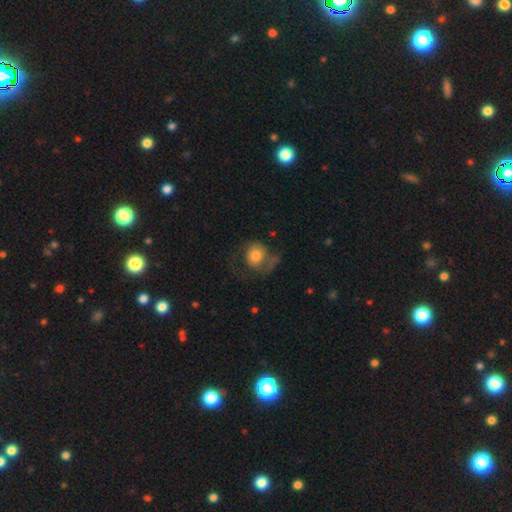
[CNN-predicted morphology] Smooth or featured? Predicted: smooth (p=0.61). How rounded? Predicted: round (p=0.77). Merging? Predicted: major disturbance (p=0.40).